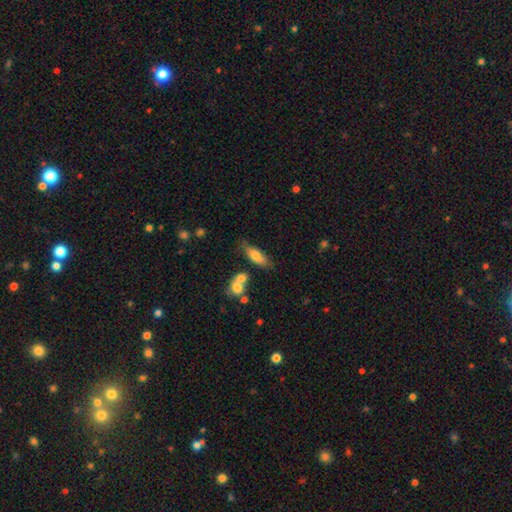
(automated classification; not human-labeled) Q: Smooth or featured?
A: smooth (72%); runner-up: featured or disk (21%)
Q: How rounded?
A: in between (66%); runner-up: cigar-shaped (31%)
Q: Merging?
A: none (57%); runner-up: minor disturbance (21%)